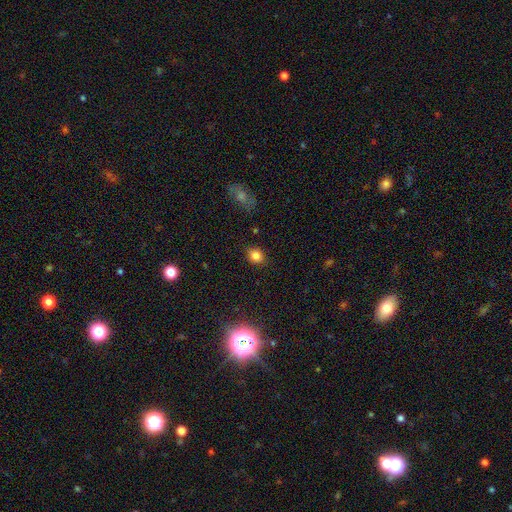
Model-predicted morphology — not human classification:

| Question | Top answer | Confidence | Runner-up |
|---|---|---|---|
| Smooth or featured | smooth | 81% | star or artifact (12%) |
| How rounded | round | 56% | in between (42%) |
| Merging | none | 84% | minor disturbance (12%) |